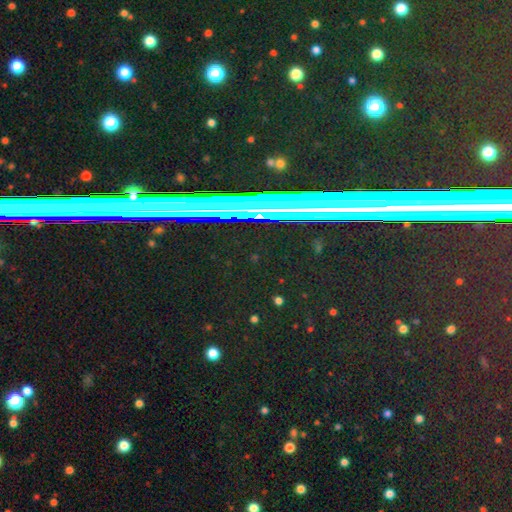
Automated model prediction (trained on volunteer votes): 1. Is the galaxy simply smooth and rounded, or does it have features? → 71% star or artifact, 15% featured or disk, 14% smooth.